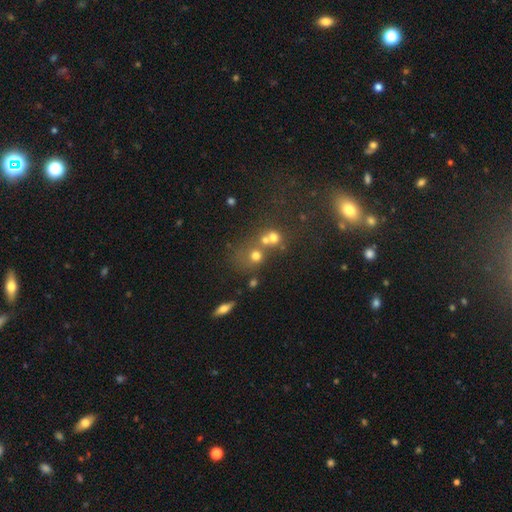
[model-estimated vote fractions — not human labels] smooth_or_featured: smooth (p=0.64) [alt: star or artifact p=0.19]
how_rounded: round (p=0.80) [alt: in between p=0.19]
merging: merger (p=0.42) [tied with: none p=0.42]